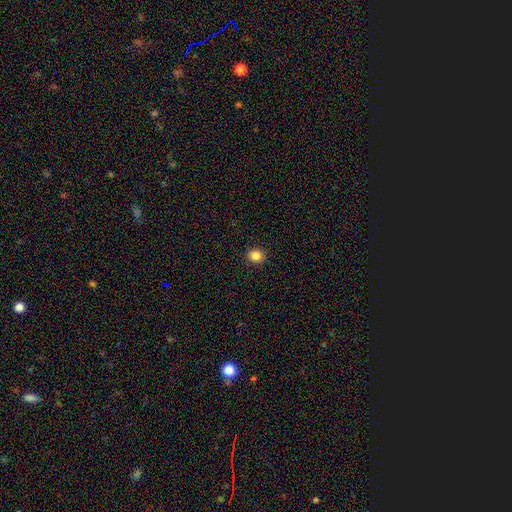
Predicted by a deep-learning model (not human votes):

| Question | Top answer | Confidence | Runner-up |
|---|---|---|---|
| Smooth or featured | smooth | 85% | star or artifact (11%) |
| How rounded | round | 79% | in between (20%) |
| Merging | none | 92% | minor disturbance (5%) |